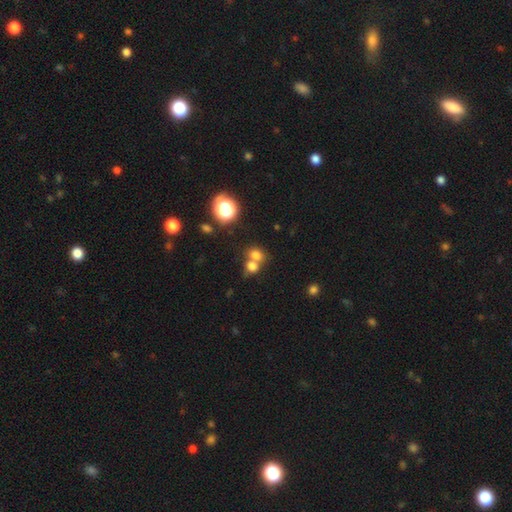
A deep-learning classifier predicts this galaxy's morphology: smooth-or-featured: smooth: 73% | star or artifact: 17% | featured or disk: 10%
  how-rounded: round: 63% | in between: 36% | cigar-shaped: 1%
  merging: merger: 53% | none: 37% | minor disturbance: 7% | major disturbance: 3%